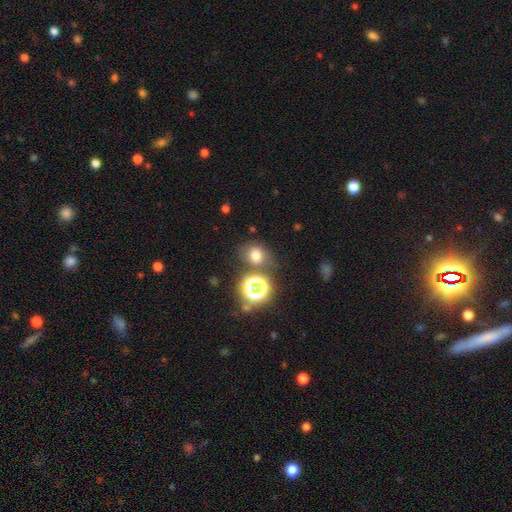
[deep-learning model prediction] Smooth or featured?
  - smooth: 66% *
  - star or artifact: 25%
  - featured or disk: 10%
How rounded?
  - round: 59% *
  - in between: 40%
  - cigar-shaped: 1%
Merging?
  - none: 68% *
  - minor disturbance: 14%
  - merger: 12%
  - major disturbance: 6%